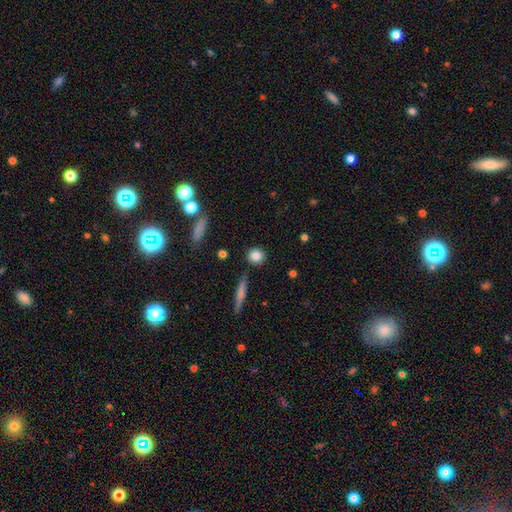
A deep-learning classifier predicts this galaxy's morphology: Smooth or featured?
  - smooth: 83% *
  - star or artifact: 9%
  - featured or disk: 8%
How rounded?
  - round: 85% *
  - in between: 12%
  - cigar-shaped: 3%
Merging?
  - none: 85% *
  - minor disturbance: 8%
  - merger: 4%
  - major disturbance: 2%